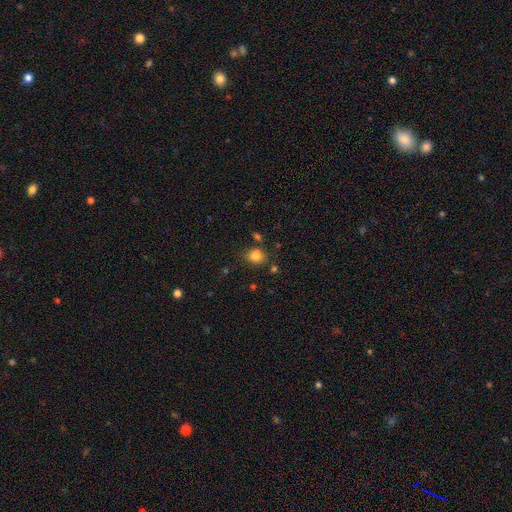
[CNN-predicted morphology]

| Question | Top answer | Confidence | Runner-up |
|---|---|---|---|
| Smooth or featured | smooth | 82% | star or artifact (13%) |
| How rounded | round | 64% | in between (35%) |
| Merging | none | 76% | minor disturbance (13%) |